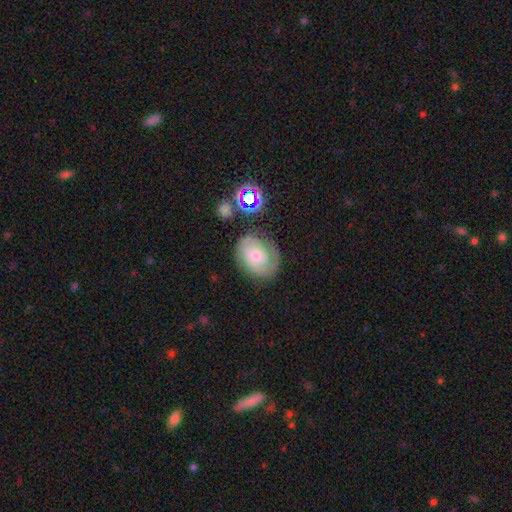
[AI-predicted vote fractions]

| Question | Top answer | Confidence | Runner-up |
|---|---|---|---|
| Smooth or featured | featured or disk | 78% | smooth (13%) |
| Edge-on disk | no | 97% | yes (3%) |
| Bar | no | 66% | weak (28%) |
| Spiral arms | yes | 95% | no (5%) |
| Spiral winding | tight | 64% | medium (29%) |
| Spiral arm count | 2 | 71% | can't tell (13%) |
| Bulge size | moderate | 51% | small (40%) |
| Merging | none | 75% | minor disturbance (16%) |